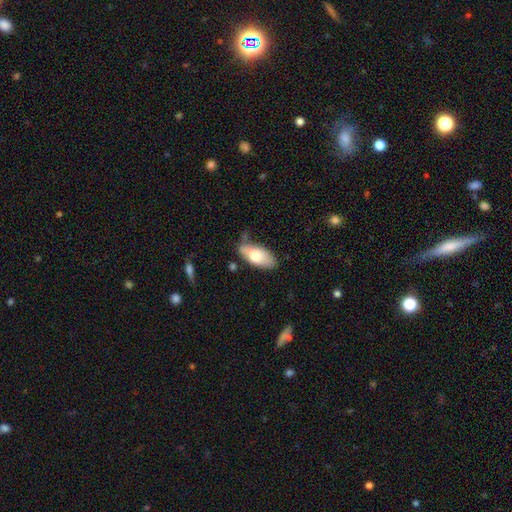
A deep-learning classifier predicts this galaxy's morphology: Smooth or featured?
  - smooth: 70% *
  - featured or disk: 24%
  - star or artifact: 6%
How rounded?
  - in between: 90% *
  - cigar-shaped: 8%
  - round: 3%
Merging?
  - none: 59% *
  - minor disturbance: 28%
  - major disturbance: 7%
  - merger: 6%